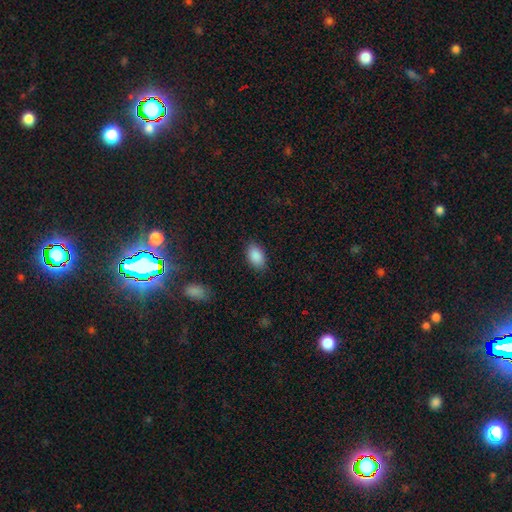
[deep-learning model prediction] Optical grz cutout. It shows a smooth galaxy with no disk features (90%) that is in between round and cigar-shaped (91%). Merging: none (87%).